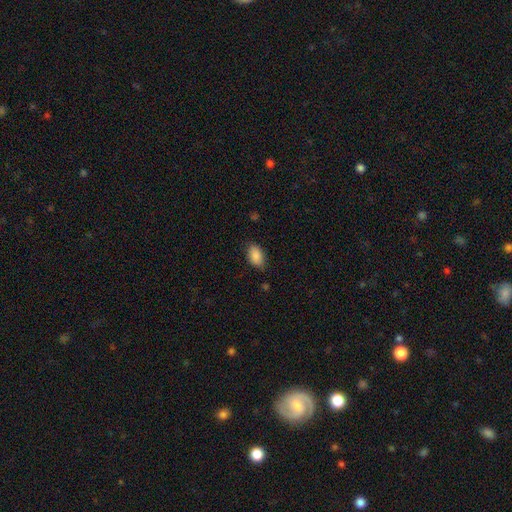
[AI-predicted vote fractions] Overall: smooth (88%). How rounded: in between (91%). Merging: none (81%).